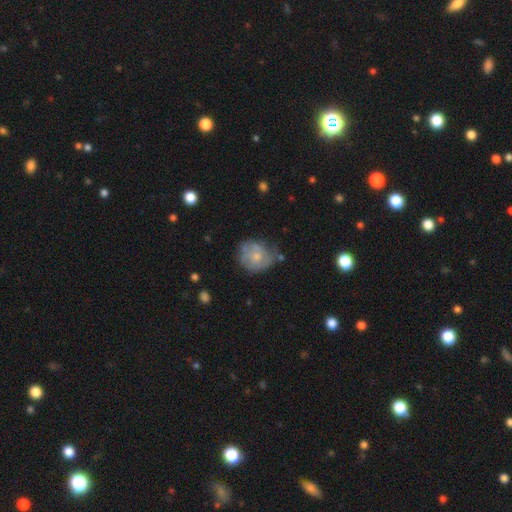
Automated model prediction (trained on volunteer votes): This appears to be a smooth galaxy with no disk features (53%) that is round (73%). Merging: none (50%).